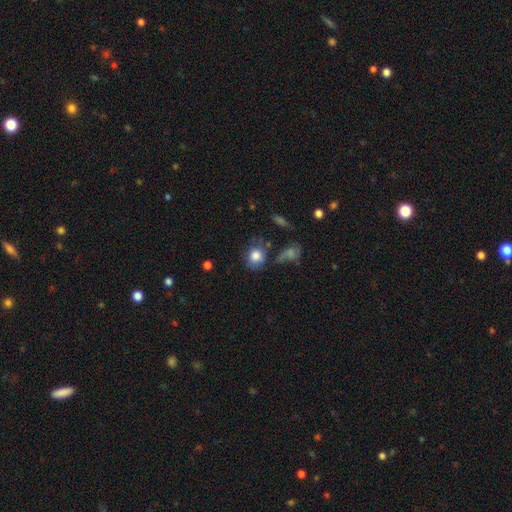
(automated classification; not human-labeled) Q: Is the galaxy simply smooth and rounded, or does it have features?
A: smooth — 80%.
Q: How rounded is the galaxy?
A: round — 69%.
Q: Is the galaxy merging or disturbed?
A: none — 55%.